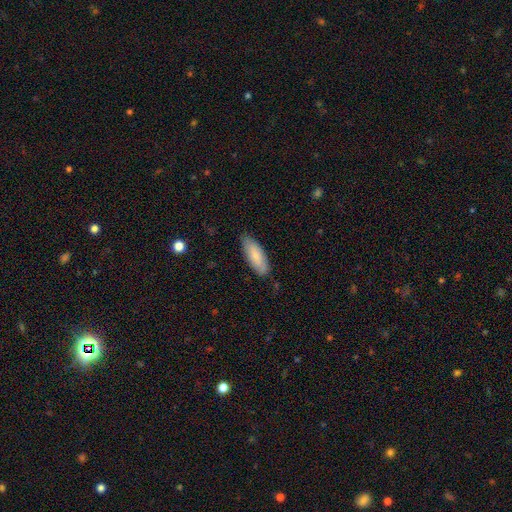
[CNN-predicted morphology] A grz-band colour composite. It shows a smooth galaxy with no disk features (82%) that is in between round and cigar-shaped (66%). Merging: none (80%).